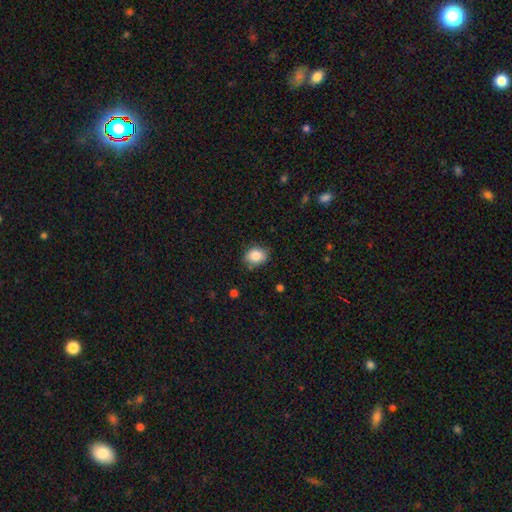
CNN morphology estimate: smooth_or_featured: smooth (p=0.85) [alt: star or artifact p=0.09]
how_rounded: in between (p=0.50) [alt: round p=0.49]
merging: none (p=0.79) [alt: minor disturbance p=0.16]